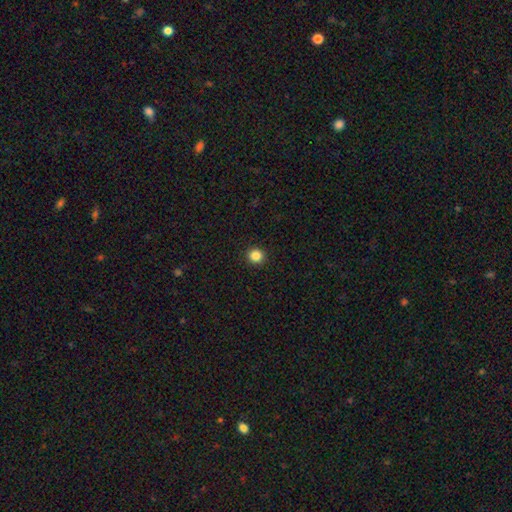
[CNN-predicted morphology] The model was most divided on "smooth or featured": smooth: 85%, star or artifact: 11%, featured or disk: 3%. More confident: merging — none (93%); how rounded — round (93%).